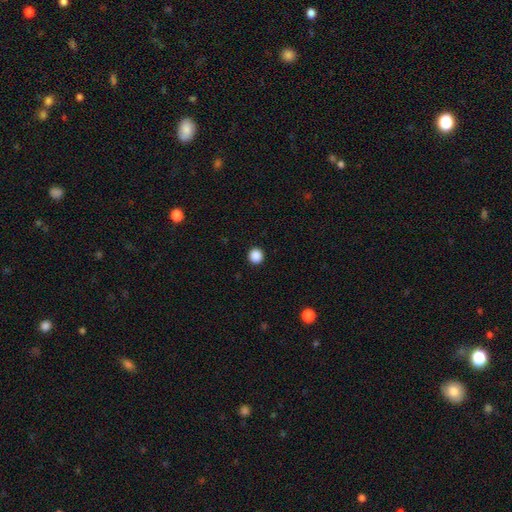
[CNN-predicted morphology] Overall: smooth (88%). How rounded: round (95%). Merging: none (94%).